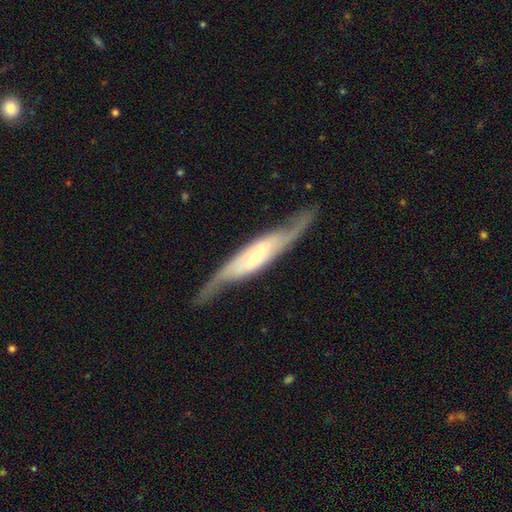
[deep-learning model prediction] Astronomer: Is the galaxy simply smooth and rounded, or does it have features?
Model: featured or disk — 78%.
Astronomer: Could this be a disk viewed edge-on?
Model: no — 57% (runner-up: yes, 43%).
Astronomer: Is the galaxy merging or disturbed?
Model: none — 70%.